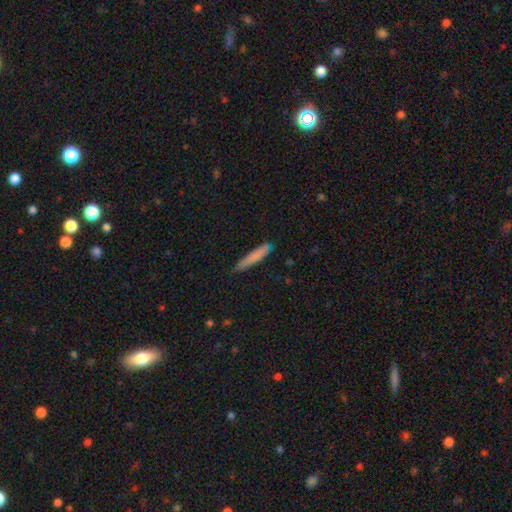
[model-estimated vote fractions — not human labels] Q: Smooth or featured?
A: smooth (77%); runner-up: featured or disk (17%)
Q: How rounded?
A: cigar-shaped (95%); runner-up: in between (4%)
Q: Merging?
A: none (85%); runner-up: minor disturbance (12%)